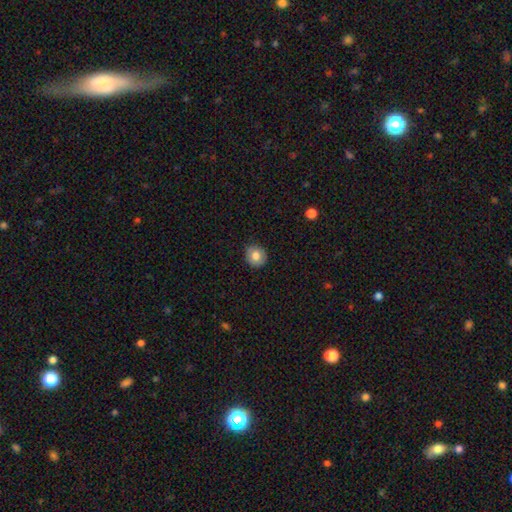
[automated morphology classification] smooth_or_featured: smooth (p=0.81) [alt: featured or disk p=0.10]
how_rounded: round (p=0.88) [alt: in between p=0.11]
merging: none (p=0.89) [alt: minor disturbance p=0.08]